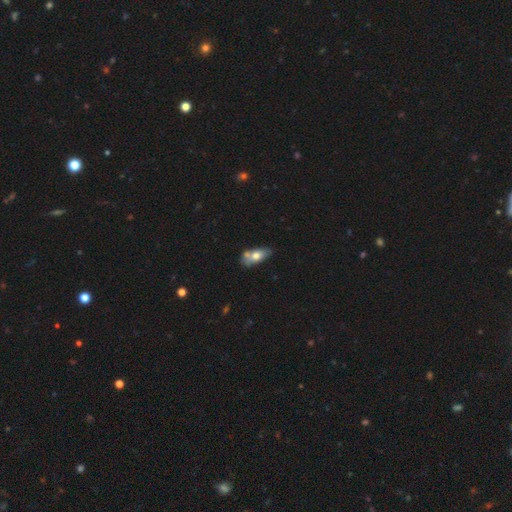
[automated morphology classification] Overall: smooth (65%; featured or disk 28%). How rounded: in between (86%). Merging: none (45%; merger 25%).